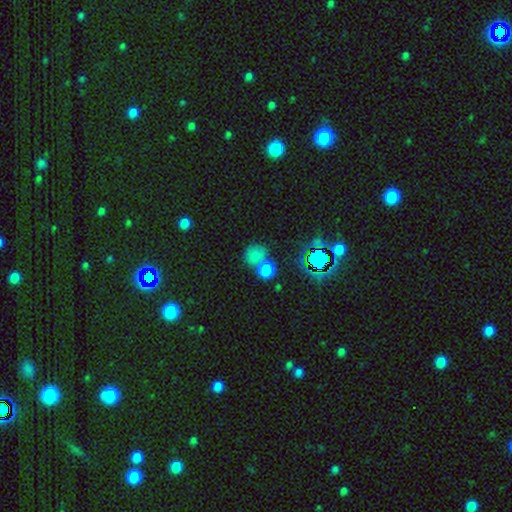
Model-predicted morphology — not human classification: smooth 72%, star or artifact 20%, featured or disk 8%. Down the decision tree: how rounded — round (75%); merging — none (46%).